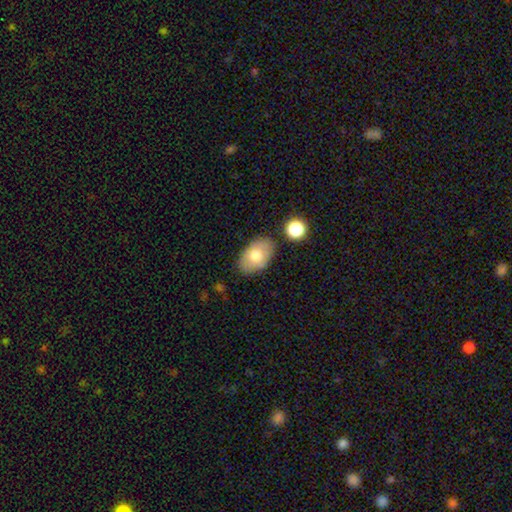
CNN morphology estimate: Smooth or featured? smooth (75%)
How rounded? in between (90%)
Merging? none (80%)